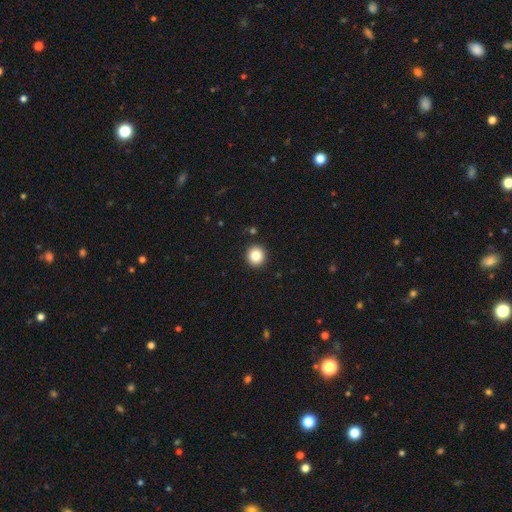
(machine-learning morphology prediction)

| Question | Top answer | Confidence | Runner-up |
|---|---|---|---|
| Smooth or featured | smooth | 84% | star or artifact (10%) |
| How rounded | round | 92% | in between (7%) |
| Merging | none | 91% | minor disturbance (5%) |